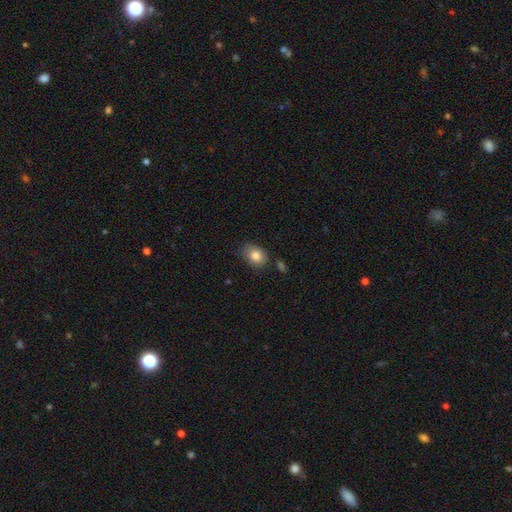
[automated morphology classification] This is clearly a smooth galaxy (83%). How rounded: likely in between (67%). Merging: likely none (77%).